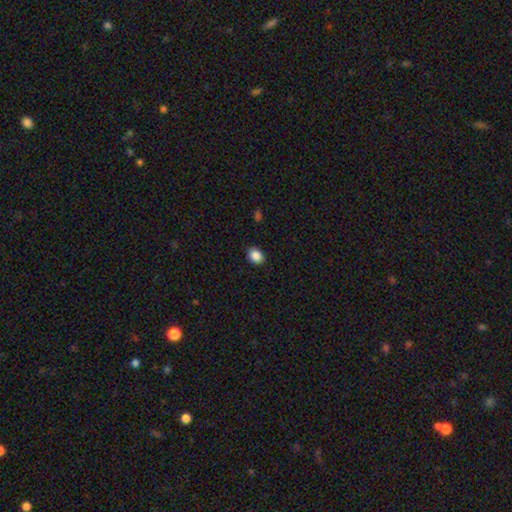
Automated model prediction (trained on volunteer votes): Overall: smooth (87%). How rounded: in between (50%; round 49%). Merging: none (90%).